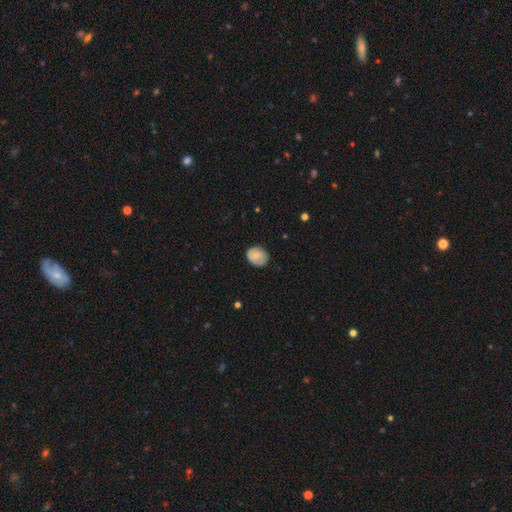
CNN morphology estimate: A smooth galaxy with no disk features (74%) that is round (58%).

Vote fractions:
- Smooth or featured? smooth: 74% / featured or disk: 19% / star or artifact: 7%
- How rounded? round: 58% / in between: 41% / cigar-shaped: 1%
- Merging? none: 80% / minor disturbance: 16% / major disturbance: 3% / merger: 1%